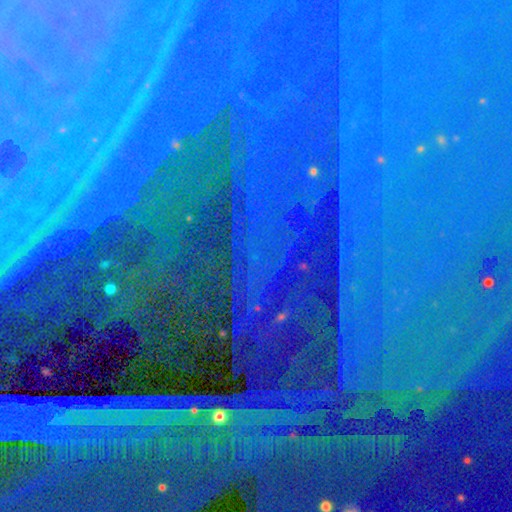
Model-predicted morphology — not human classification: Smooth or featured? star or artifact (87%)